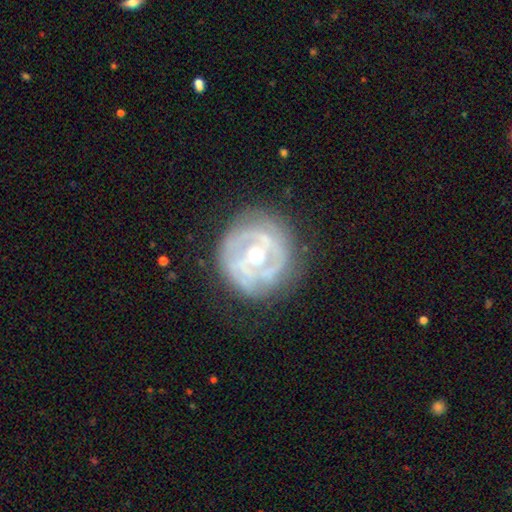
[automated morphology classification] The model was most divided on "spiral arm count": can't tell: 36%, 2: 33%, 3: 16%, 1: 6%, 4: 5%, more than 4: 4%. Remaining: edge-on disk — no (97%); smooth or featured — featured or disk (80%); merging — none (74%); bulge size — moderate (73%); spiral arms — yes (72%); spiral winding — tight (60%); bar — no (48%).